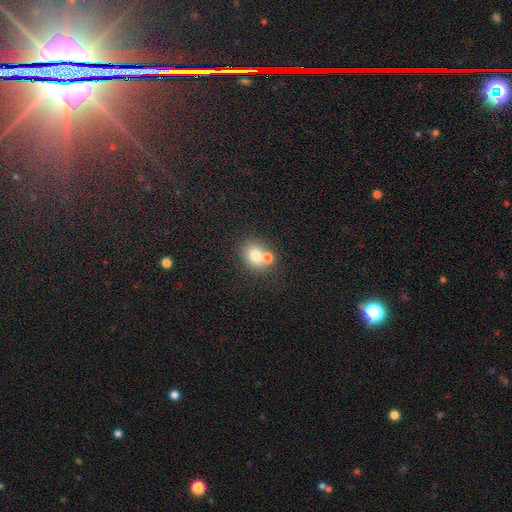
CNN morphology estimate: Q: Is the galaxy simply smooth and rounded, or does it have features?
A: smooth — 74%.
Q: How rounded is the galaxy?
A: round — 59%.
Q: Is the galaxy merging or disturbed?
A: none — 46%.